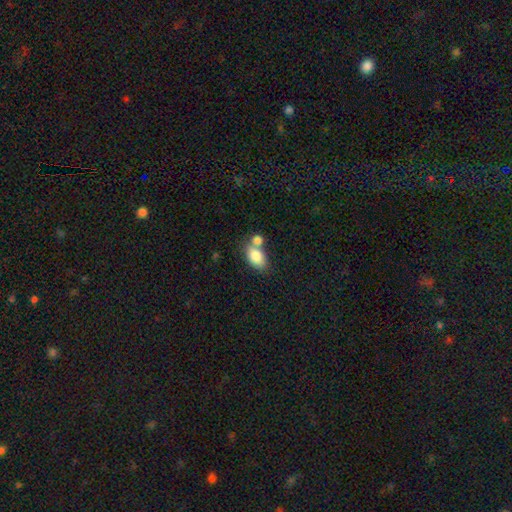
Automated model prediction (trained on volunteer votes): smooth_or_featured: smooth (p=0.82) [alt: featured or disk p=0.10]
how_rounded: in between (p=0.88) [alt: round p=0.10]
merging: merger (p=0.43) [alt: none p=0.40]